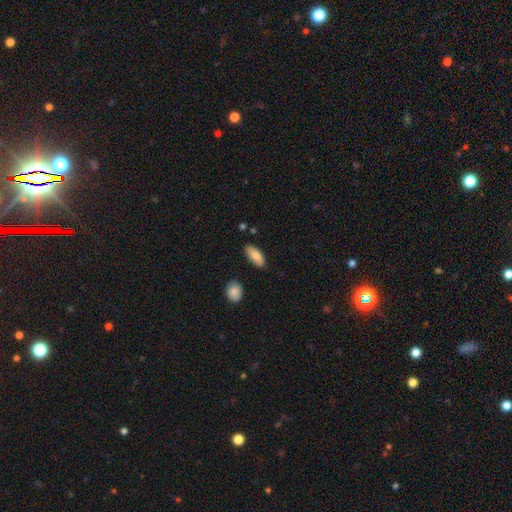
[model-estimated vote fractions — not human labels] smooth-or-featured: smooth: 84% | featured or disk: 10% | star or artifact: 6%
  how-rounded: in between: 84% | cigar-shaped: 14% | round: 2%
  merging: none: 83% | minor disturbance: 13% | major disturbance: 2% | merger: 2%